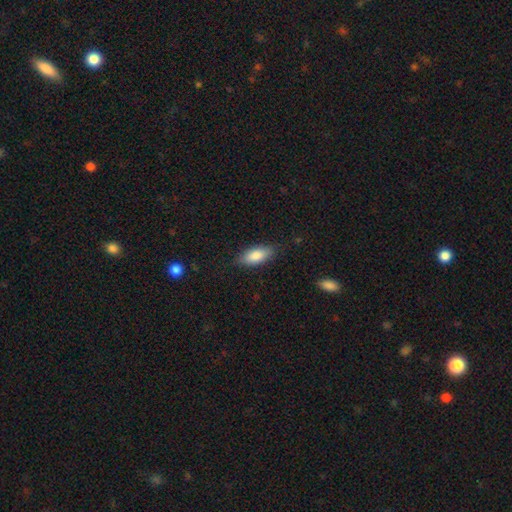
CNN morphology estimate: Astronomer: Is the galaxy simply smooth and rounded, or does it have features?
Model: smooth — 84%.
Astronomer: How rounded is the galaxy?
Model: in between — 83%.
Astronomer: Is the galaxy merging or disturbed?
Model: none — 82%.